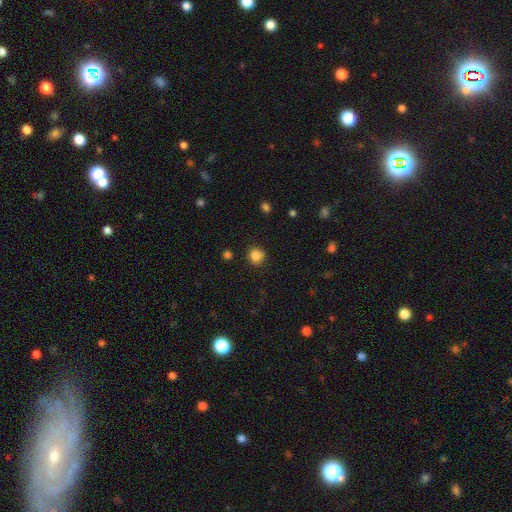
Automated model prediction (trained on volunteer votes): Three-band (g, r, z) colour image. It shows a smooth galaxy with no disk features (84%) that is round (87%). Merging: none (82%).